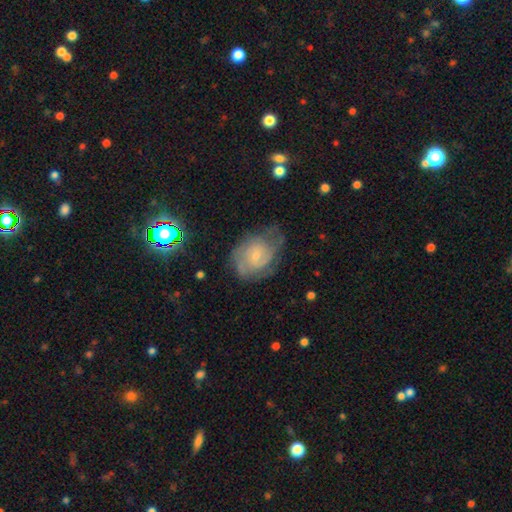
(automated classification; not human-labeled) Smooth or featured?
  - featured or disk: 70% *
  - smooth: 22%
  - star or artifact: 8%
Edge-on disk?
  - no: 97% *
  - yes: 3%
Bar?
  - no: 60% *
  - weak: 35%
  - strong: 5%
Spiral arms?
  - yes: 88% *
  - no: 12%
Spiral winding?
  - tight: 49% *
  - medium: 38%
  - loose: 13%
Spiral arm count?
  - can't tell: 38% *
  - 2: 37%
  - 3: 13%
  - 1: 5%
  - 4: 4%
  - more than 4: 3%
Bulge size?
  - small: 72% *
  - moderate: 21%
  - none: 4%
  - large: 2%
  - dominant: 1%
Merging?
  - none: 55% *
  - minor disturbance: 26%
  - major disturbance: 17%
  - merger: 2%